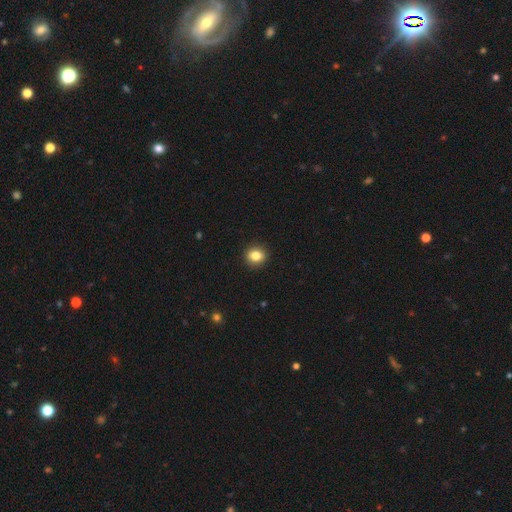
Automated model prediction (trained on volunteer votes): Smooth or featured?
  - smooth: 83% *
  - star or artifact: 10%
  - featured or disk: 7%
How rounded?
  - round: 76% *
  - in between: 23%
  - cigar-shaped: 1%
Merging?
  - none: 91% *
  - minor disturbance: 6%
  - major disturbance: 2%
  - merger: 1%